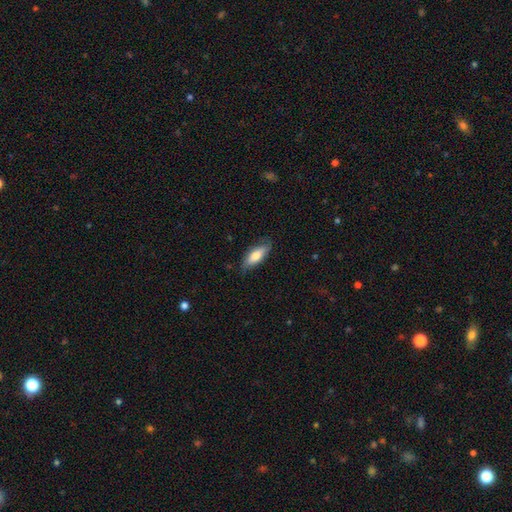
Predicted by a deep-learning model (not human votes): This is likely a smooth galaxy (71%). How rounded: likely in between (69%). Merging: likely none (77%).